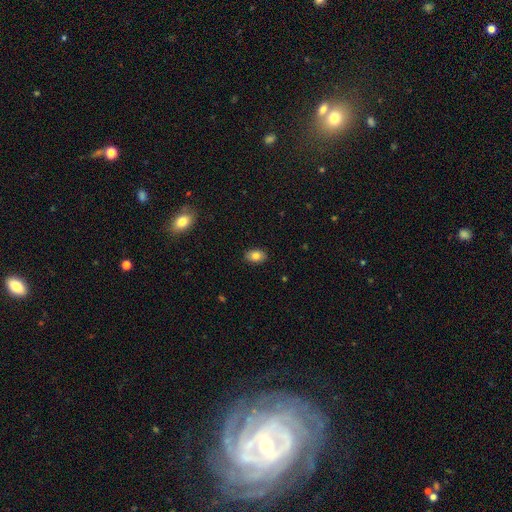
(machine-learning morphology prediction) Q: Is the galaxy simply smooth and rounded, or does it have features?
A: smooth — 82%.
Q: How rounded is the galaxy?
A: in between — 88%.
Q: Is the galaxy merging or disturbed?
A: none — 88%.